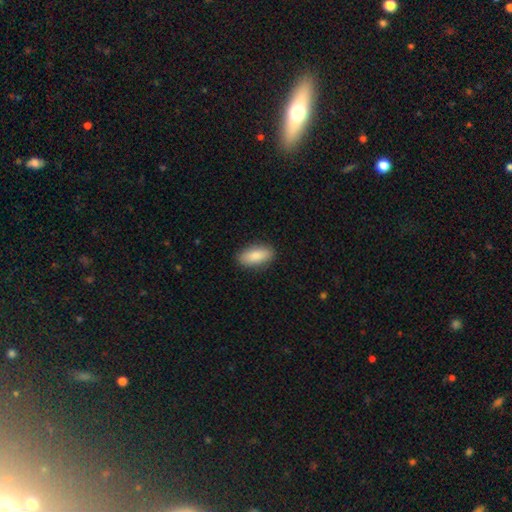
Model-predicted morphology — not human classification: A smooth galaxy with no disk features (86%) that is in between round and cigar-shaped (87%). Merging: none (89%).